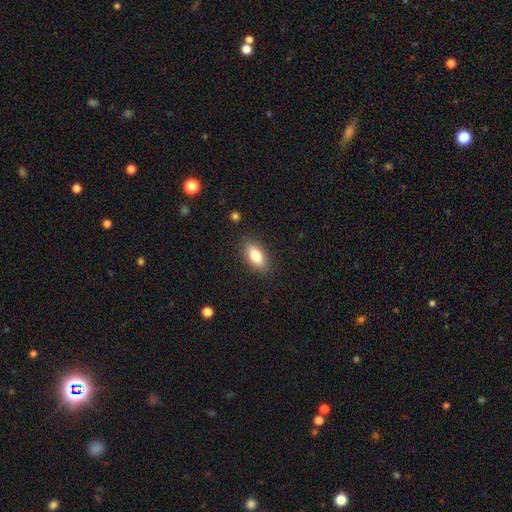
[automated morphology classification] Q: Smooth or featured?
A: smooth (83%); runner-up: featured or disk (9%)
Q: How rounded?
A: in between (87%); runner-up: cigar-shaped (9%)
Q: Merging?
A: none (87%); runner-up: minor disturbance (9%)